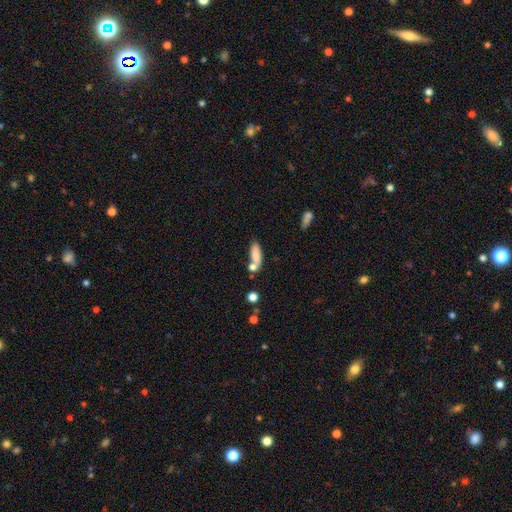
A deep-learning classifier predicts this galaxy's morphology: smooth_or_featured: smooth (p=0.80) [alt: featured or disk p=0.12]
how_rounded: in between (p=0.63) [alt: cigar-shaped p=0.34]
merging: none (p=0.52) [alt: merger p=0.25]